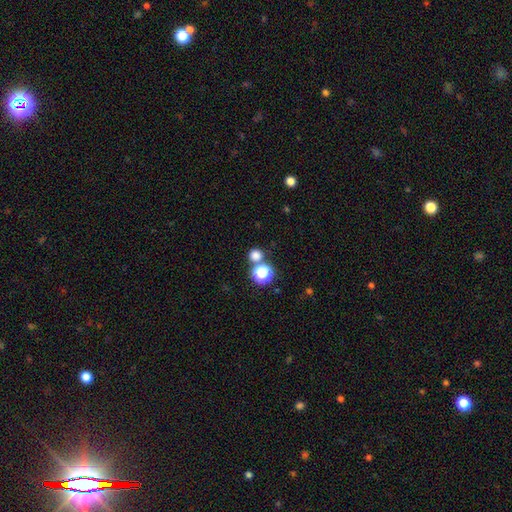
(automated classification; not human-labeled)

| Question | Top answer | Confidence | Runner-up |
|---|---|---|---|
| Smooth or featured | smooth | 74% | star or artifact (21%) |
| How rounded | round | 90% | in between (9%) |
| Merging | none | 69% | merger (21%) |